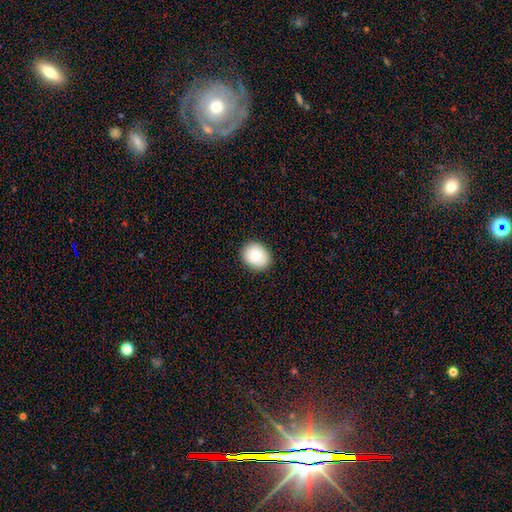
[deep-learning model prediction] Q: Smooth or featured?
A: smooth (83%); runner-up: featured or disk (10%)
Q: How rounded?
A: in between (51%); runner-up: round (49%)
Q: Merging?
A: none (89%); runner-up: minor disturbance (8%)